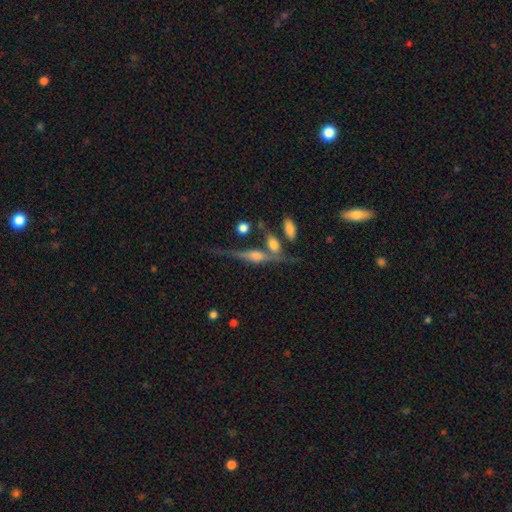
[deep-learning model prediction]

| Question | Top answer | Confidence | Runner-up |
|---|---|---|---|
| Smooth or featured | featured or disk | 70% | smooth (20%) |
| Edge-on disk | yes | 88% | no (12%) |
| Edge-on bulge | rounded | 81% | boxy (14%) |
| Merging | none | 50% | merger (21%) |